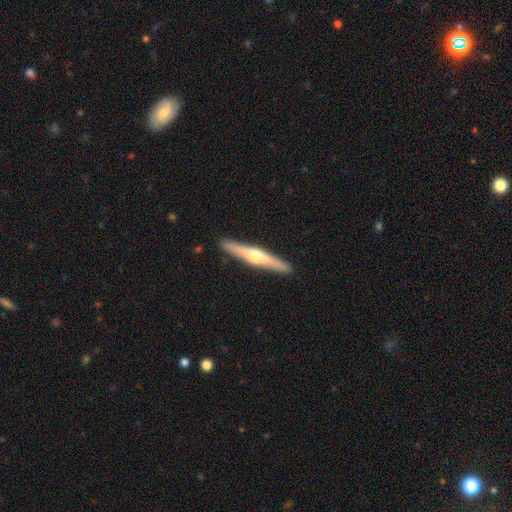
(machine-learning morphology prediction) smooth_or_featured: featured or disk (p=0.66) [alt: smooth p=0.29]
disk_edge_on: yes (p=0.97) [alt: no p=0.03]
edge_on_bulge: rounded (p=0.88) [alt: none p=0.07]
merging: none (p=0.91) [alt: minor disturbance p=0.06]